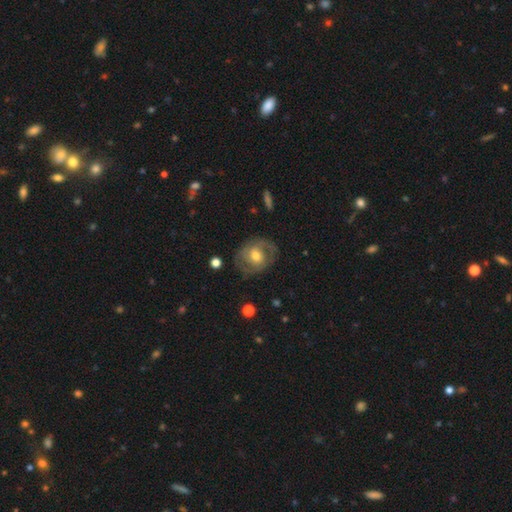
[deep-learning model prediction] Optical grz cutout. It shows a featured or disk galaxy (68%) with no bar (57%), 2 (68%) medium (44%) spiral arms (80%) and a moderate central bulge (69%). Merging: none (73%).